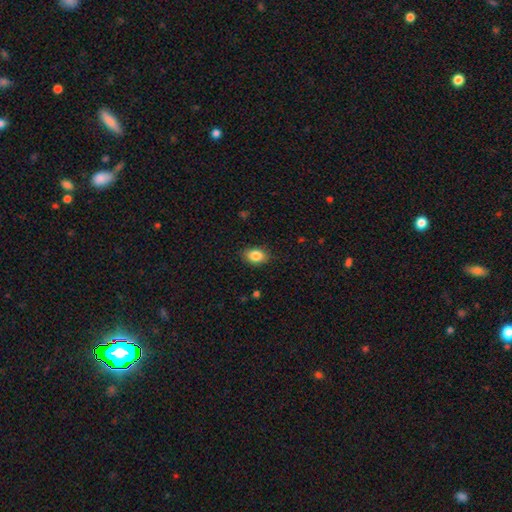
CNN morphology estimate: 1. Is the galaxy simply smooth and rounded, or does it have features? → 86% smooth, 8% star or artifact, 6% featured or disk.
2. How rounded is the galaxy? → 77% in between, 22% round, 1% cigar-shaped.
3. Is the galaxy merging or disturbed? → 87% none, 9% minor disturbance, 2% major disturbance, 1% merger.